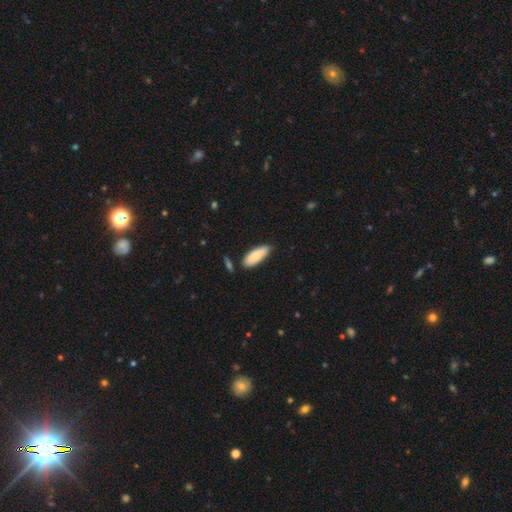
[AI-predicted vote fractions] smooth 82%, featured or disk 12%, star or artifact 6%. Down the decision tree: how rounded — in between (72%); merging — none (77%).